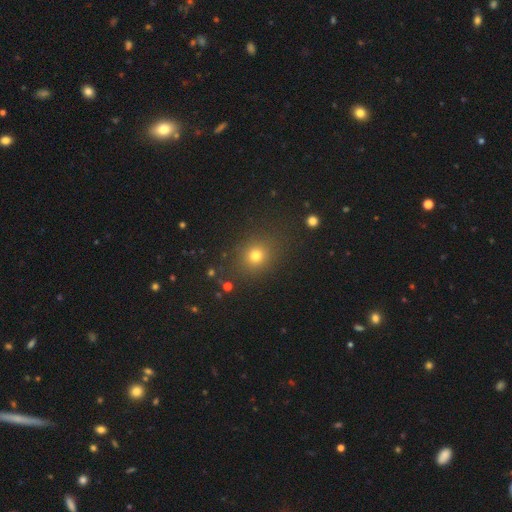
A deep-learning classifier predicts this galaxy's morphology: This appears to be a smooth galaxy with no disk features (74%) that is round (75%). Merging: none (85%).